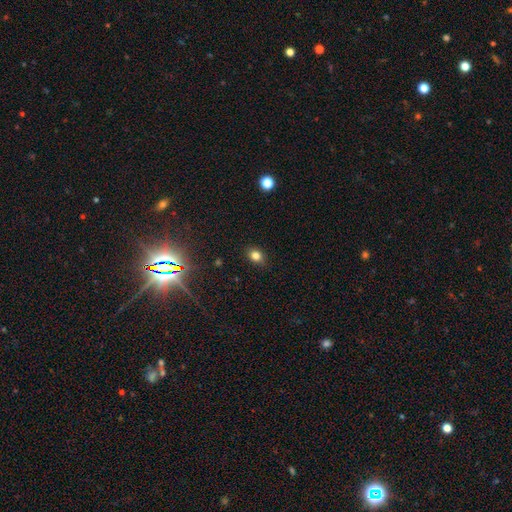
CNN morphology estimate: This is likely a smooth galaxy (79%). How rounded: possibly in between (59%). Merging: clearly none (84%).